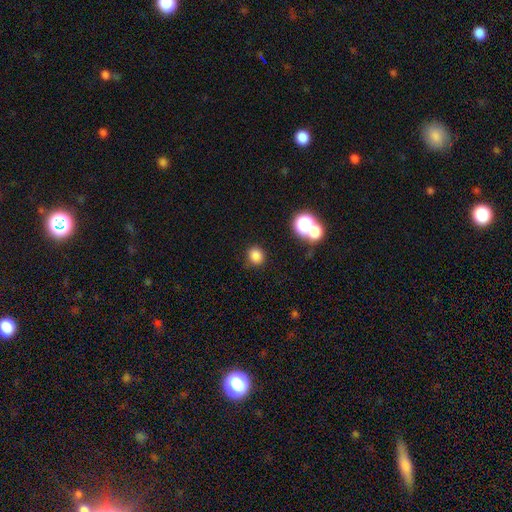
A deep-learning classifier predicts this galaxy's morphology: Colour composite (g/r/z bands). It shows a smooth galaxy with no disk features (82%) that is round (86%). Merging: none (84%).